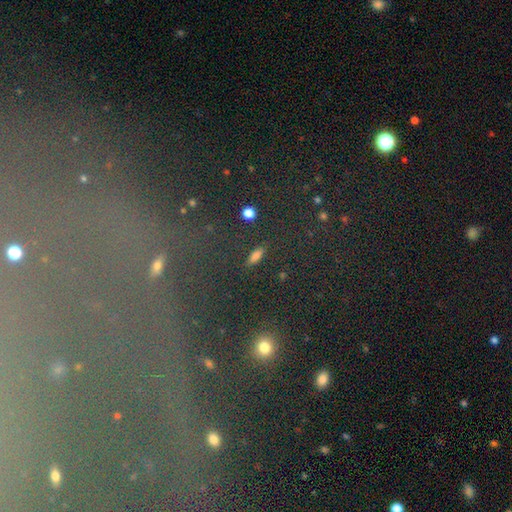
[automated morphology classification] type=smooth (76%); roundness=in between (55%); merging=none (88%).